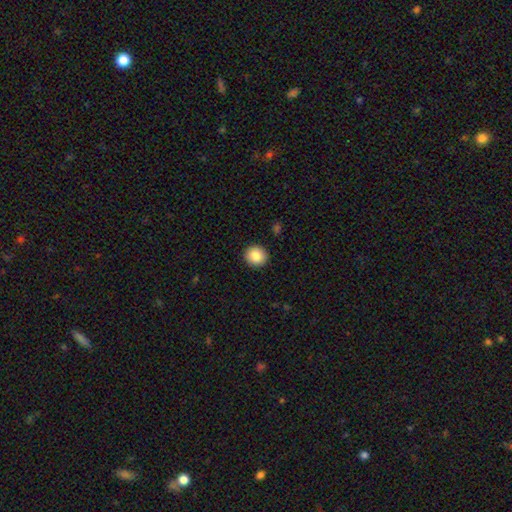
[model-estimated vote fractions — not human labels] Smooth or featured? Predicted: smooth (p=0.86). How rounded? Predicted: round (p=0.90). Merging? Predicted: none (p=0.92).